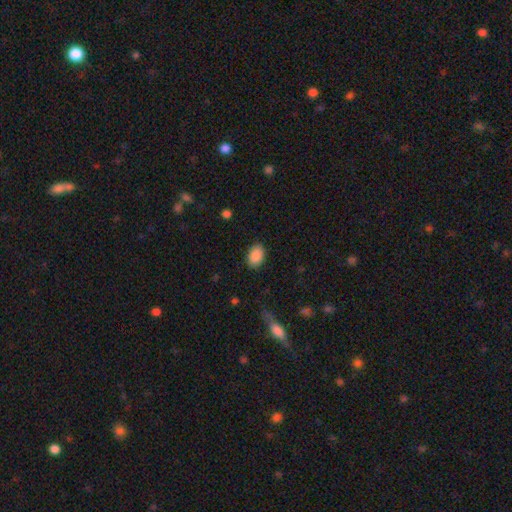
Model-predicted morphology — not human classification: type=smooth (88%); roundness=in between (83%); merging=none (86%).